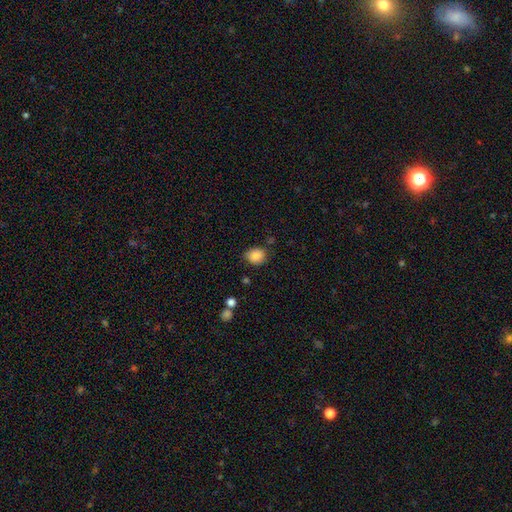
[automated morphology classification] A smooth galaxy with no disk features (86%) that is round (65%). Merging: none (76%).